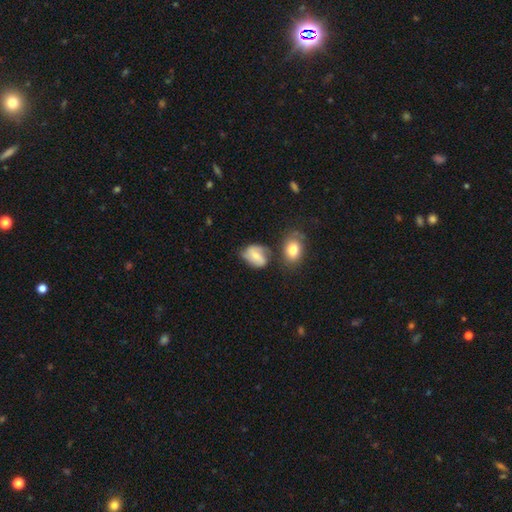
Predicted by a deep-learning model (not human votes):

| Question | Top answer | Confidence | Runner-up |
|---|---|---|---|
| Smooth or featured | smooth | 51% | featured or disk (40%) |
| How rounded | in between | 67% | round (31%) |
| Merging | none | 51% | minor disturbance (26%) |